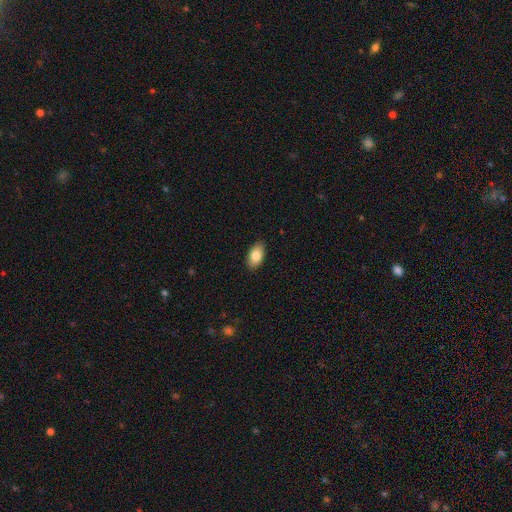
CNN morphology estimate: Smooth or featured: smooth — 84% (featured or disk — 9%)
How rounded: in between — 94% (round — 4%)
Merging: none — 89% (minor disturbance — 8%)